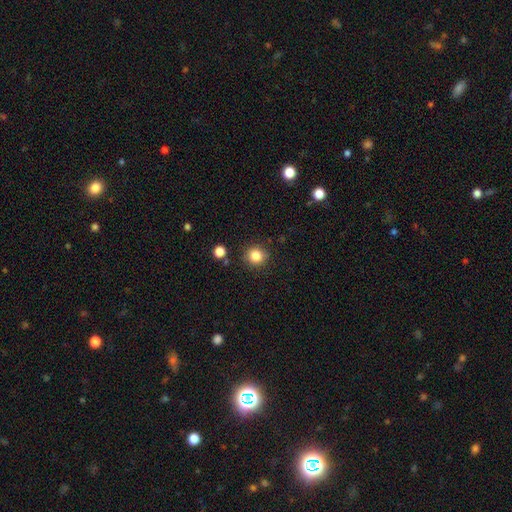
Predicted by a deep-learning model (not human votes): The model was most divided on "smooth or featured": smooth: 83%, star or artifact: 11%, featured or disk: 5%. More confident: how rounded — round (90%); merging — none (88%).